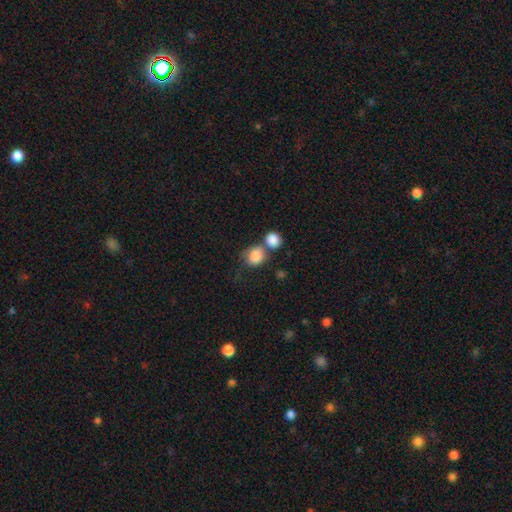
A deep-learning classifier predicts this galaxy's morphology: Smooth or featured?
  - smooth: 84% *
  - star or artifact: 8%
  - featured or disk: 8%
How rounded?
  - round: 69% *
  - in between: 30%
  - cigar-shaped: 1%
Merging?
  - merger: 45% *
  - none: 36%
  - minor disturbance: 12%
  - major disturbance: 6%